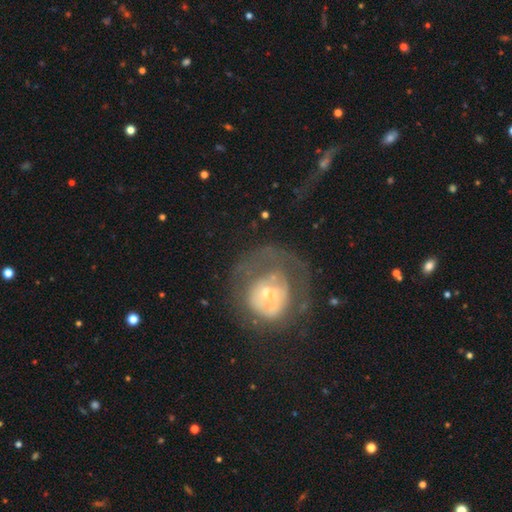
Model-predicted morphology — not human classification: type=featured or disk (65%); edge-on=no (96%); bar=no (59%); spiral arms=yes (62%); bulge=small (54%); merging=none (57%).